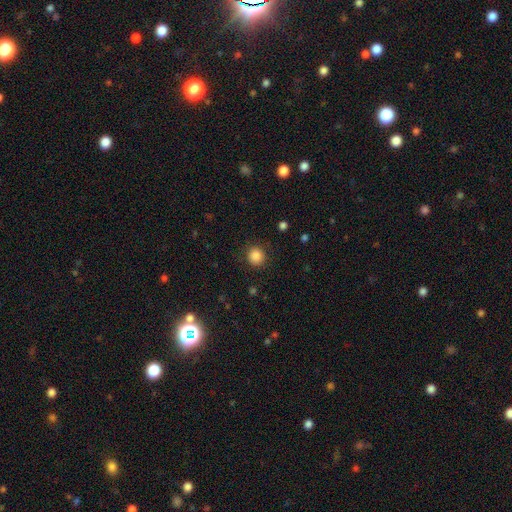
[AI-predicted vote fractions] smooth-or-featured: smooth: 86% | star or artifact: 11% | featured or disk: 4%
  how-rounded: round: 91% | in between: 8% | cigar-shaped: 1%
  merging: none: 89% | minor disturbance: 7% | major disturbance: 3% | merger: 1%